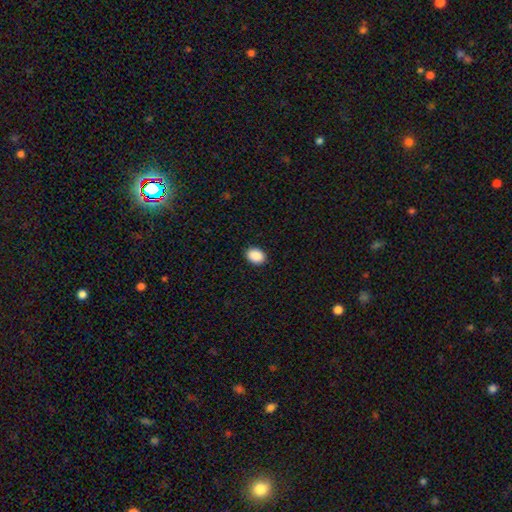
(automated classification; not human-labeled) Smooth or featured? smooth (90%)
How rounded? in between (67%)
Merging? none (91%)